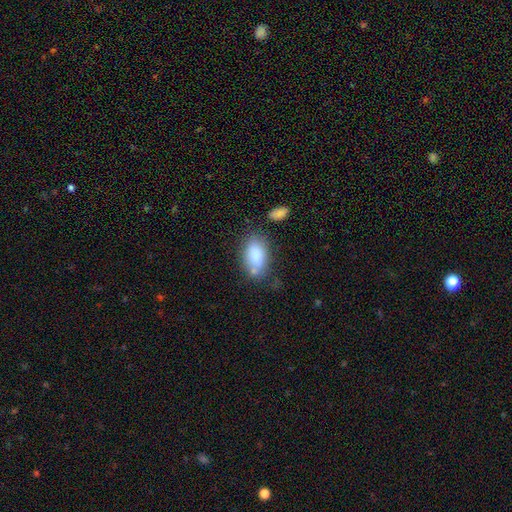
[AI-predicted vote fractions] Morphology: type=smooth (82%); roundness=in between (91%); merging=none (58%).